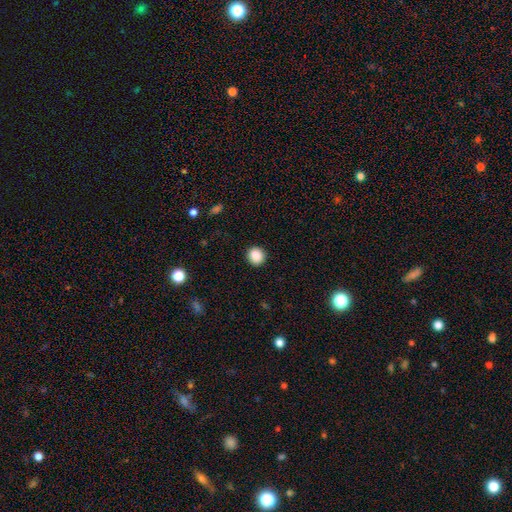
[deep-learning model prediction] smooth-or-featured: smooth: 87% | star or artifact: 9% | featured or disk: 3%
  how-rounded: round: 91% | in between: 8% | cigar-shaped: 1%
  merging: none: 92% | minor disturbance: 5% | major disturbance: 2% | merger: 1%